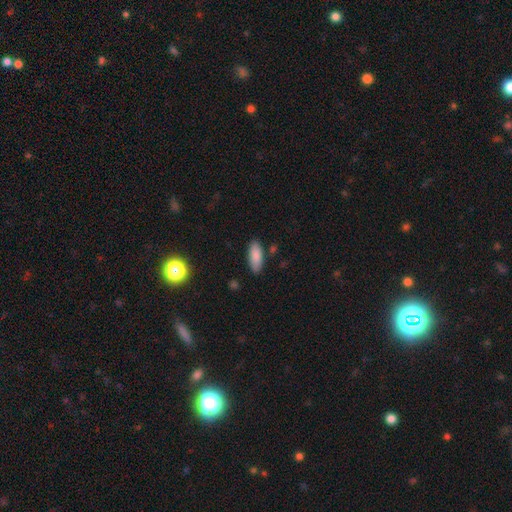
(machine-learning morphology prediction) A smooth galaxy with no disk features (86%) that is in between round and cigar-shaped (78%). Merging: none (84%).